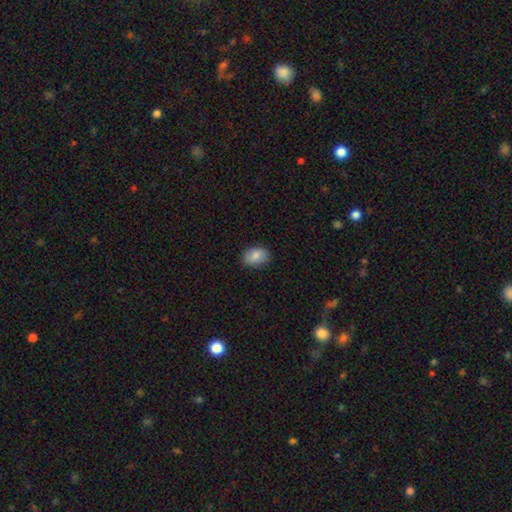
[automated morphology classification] Smooth or featured: smooth — 84% (featured or disk — 8%)
How rounded: in between — 78% (round — 21%)
Merging: none — 84% (minor disturbance — 13%)